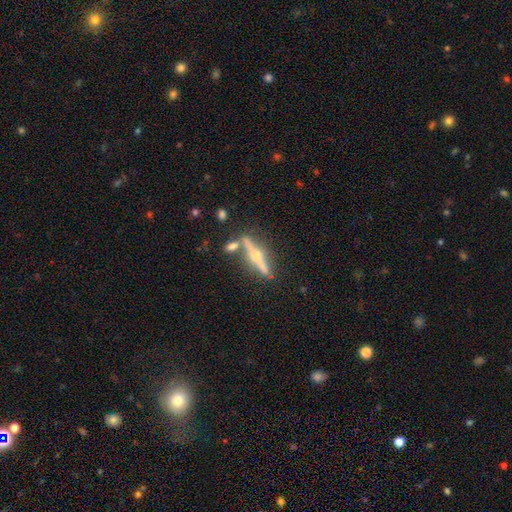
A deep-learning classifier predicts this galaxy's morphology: A featured or disk galaxy (81%) viewed edge-on (96%) with a rounded central bulge (96%).

Vote fractions:
- Smooth or featured? featured or disk: 81% / smooth: 13% / star or artifact: 6%
- Edge-on disk? yes: 96% / no: 4%
- Edge-on bulge? rounded: 96% / none: 2% / boxy: 2%
- Merging? none: 77% / merger: 10% / minor disturbance: 10% / major disturbance: 3%